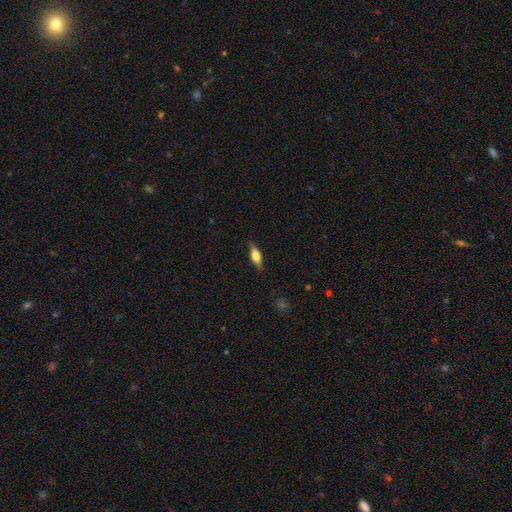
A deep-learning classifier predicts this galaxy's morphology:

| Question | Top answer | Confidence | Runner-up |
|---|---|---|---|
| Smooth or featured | smooth | 56% | featured or disk (37%) |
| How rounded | in between | 58% | cigar-shaped (38%) |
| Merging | none | 82% | minor disturbance (14%) |